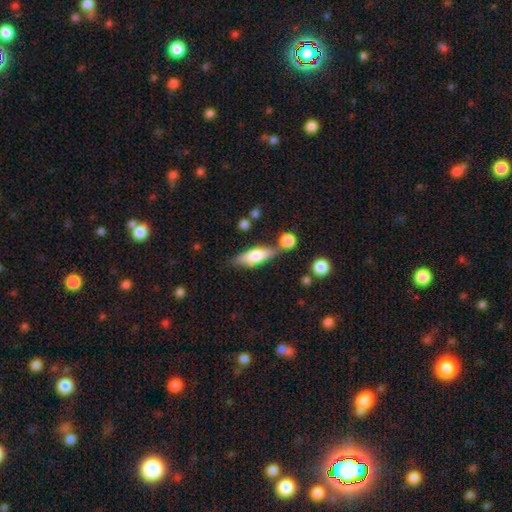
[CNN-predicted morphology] Smooth or featured? smooth (63%)
How rounded? in between (51%)
Merging? none (60%)